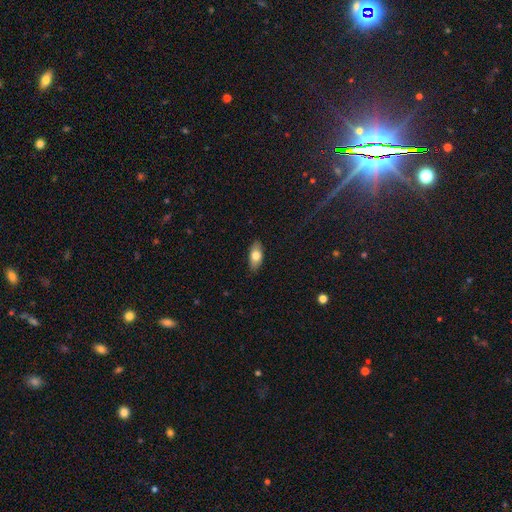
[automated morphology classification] Overall: smooth (75%). How rounded: in between (88%). Merging: none (86%).